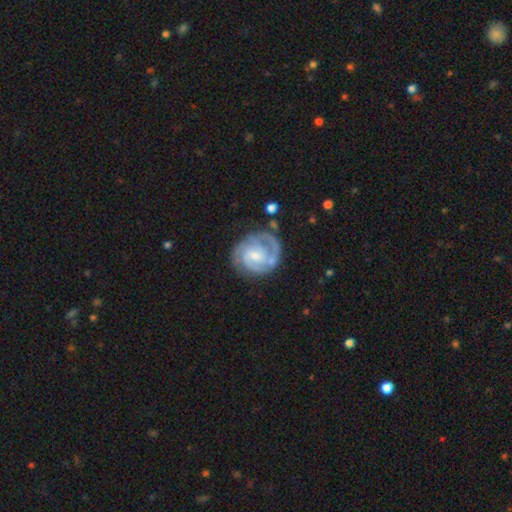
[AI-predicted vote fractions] smooth-or-featured: featured or disk: 85% | smooth: 10% | star or artifact: 5%
  disk-edge-on: no: 98% | yes: 2%
    bar: no: 49% | weak: 42% | strong: 9%
    has-spiral-arms: yes: 96% | no: 4%
      spiral-winding: tight: 60% | medium: 33% | loose: 7%
      spiral-arm-count: 2: 50% | 3: 22% | can't tell: 15% | 1: 6% | 4: 4% | more than 4: 3%
    bulge-size: small: 58% | moderate: 34% | none: 4% | large: 2% | dominant: 1%
  merging: none: 68% | minor disturbance: 19% | major disturbance: 9% | merger: 4%